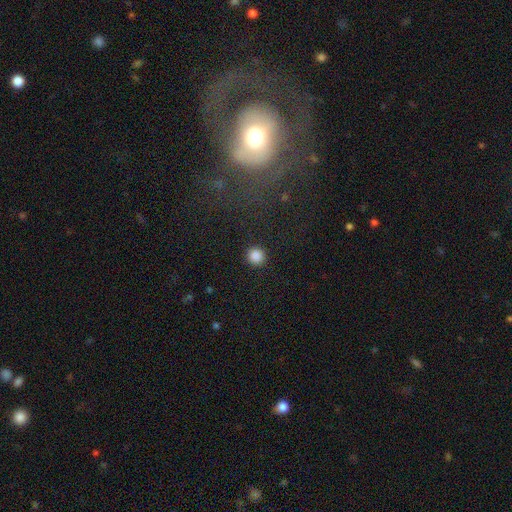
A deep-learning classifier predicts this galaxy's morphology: This is clearly a smooth galaxy (87%). How rounded: clearly round (94%). Merging: clearly none (92%).